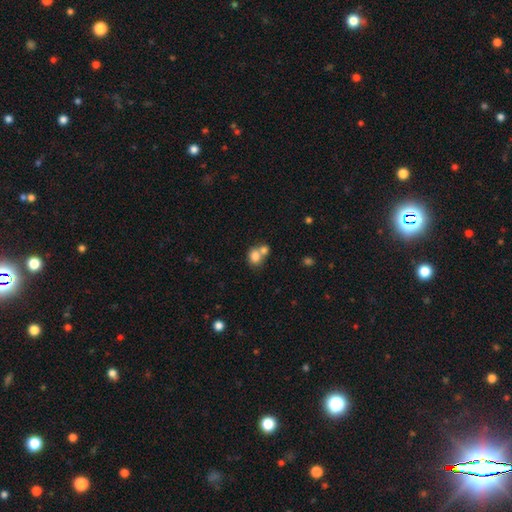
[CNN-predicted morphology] The model was most divided on "merging": merger: 55%, none: 34%, minor disturbance: 8%, major disturbance: 4%. More confident: smooth or featured — smooth (79%); how rounded — round (60%).